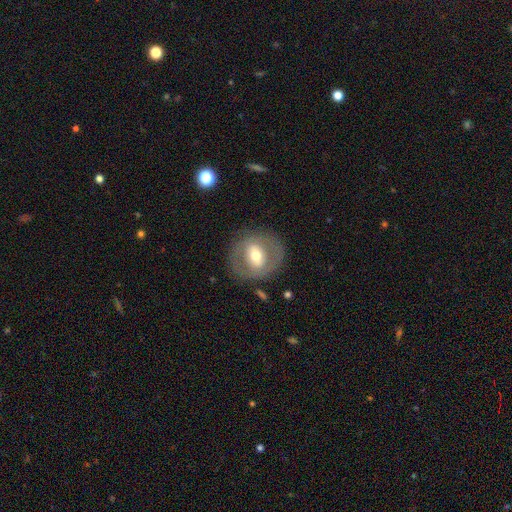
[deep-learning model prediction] featured or disk 54%, smooth 40%, star or artifact 7%. Down the decision tree: edge-on disk — no (93%); merging — none (79%).